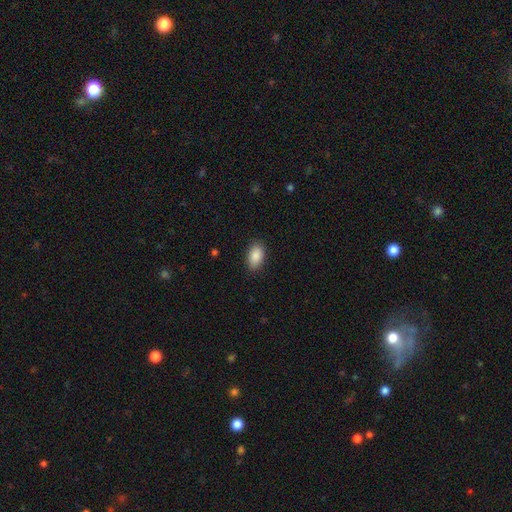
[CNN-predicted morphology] Q: Smooth or featured?
A: smooth (89%); runner-up: star or artifact (7%)
Q: How rounded?
A: in between (93%); runner-up: round (5%)
Q: Merging?
A: none (87%); runner-up: minor disturbance (10%)